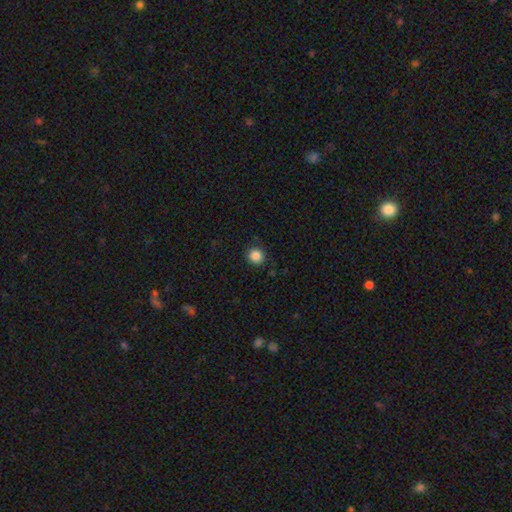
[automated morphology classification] Smooth or featured: smooth — 86% (star or artifact — 11%)
How rounded: round — 93% (in between — 6%)
Merging: none — 90% (minor disturbance — 7%)